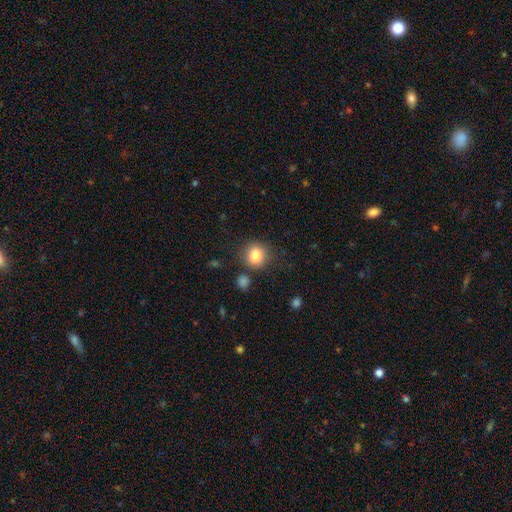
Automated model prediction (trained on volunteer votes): smooth_or_featured: smooth (p=0.82) [alt: star or artifact p=0.10]
how_rounded: round (p=0.82) [alt: in between p=0.17]
merging: none (p=0.81) [alt: minor disturbance p=0.11]